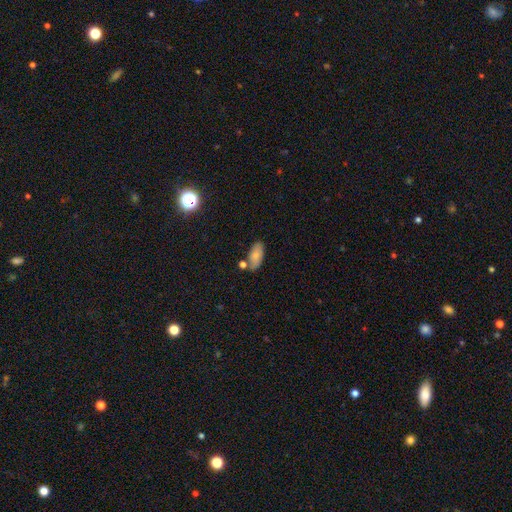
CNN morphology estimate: This appears to be a smooth galaxy with no disk features (78%) that is in between round and cigar-shaped (91%). Merging: none (67%).